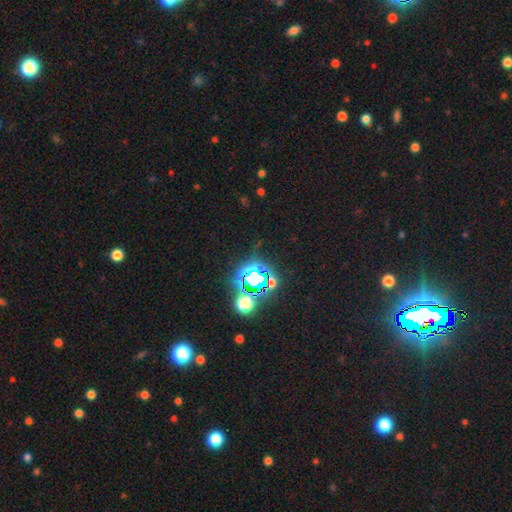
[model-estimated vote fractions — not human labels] smooth-or-featured: star or artifact: 80% | smooth: 13% | featured or disk: 8%